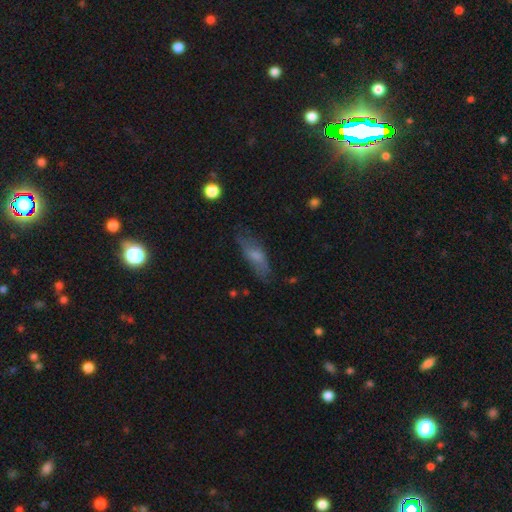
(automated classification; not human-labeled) Smooth or featured?
  - smooth: 61% *
  - featured or disk: 30%
  - star or artifact: 8%
How rounded?
  - in between: 59% *
  - cigar-shaped: 39%
  - round: 3%
Merging?
  - none: 63% *
  - minor disturbance: 24%
  - major disturbance: 10%
  - merger: 2%